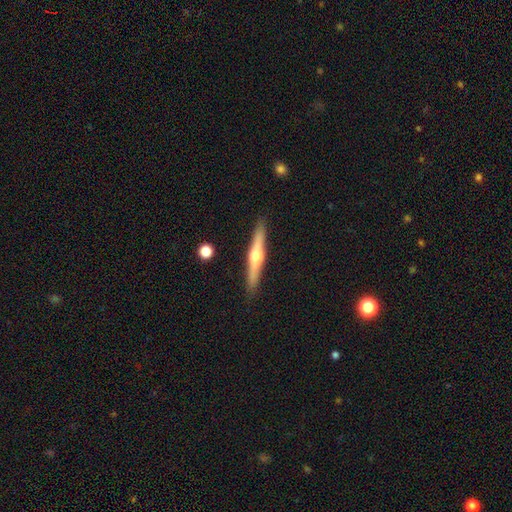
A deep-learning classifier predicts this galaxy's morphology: smooth-or-featured: featured or disk: 67% | smooth: 27% | star or artifact: 6%
  disk-edge-on: yes: 97% | no: 3%
    edge-on-bulge: rounded: 92% | none: 5% | boxy: 4%
  merging: none: 90% | minor disturbance: 7% | merger: 2% | major disturbance: 1%